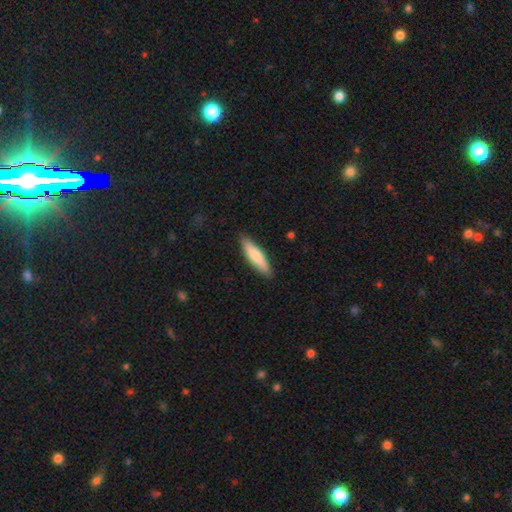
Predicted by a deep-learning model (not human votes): A smooth galaxy with no disk features (79%) that is cigar-shaped (76%). Merging: none (87%).